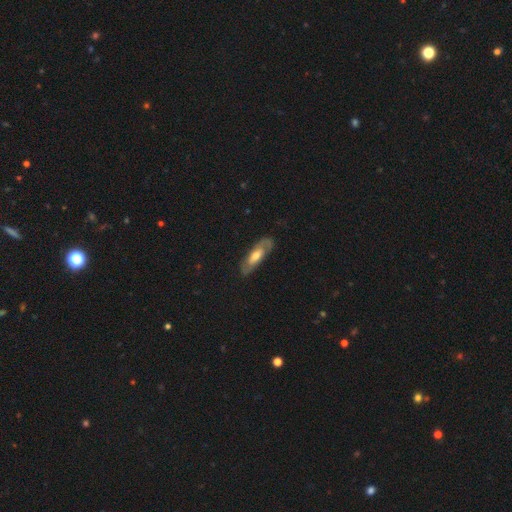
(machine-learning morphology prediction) smooth-or-featured: featured or disk: 54% | smooth: 40% | star or artifact: 6%
  disk-edge-on: no: 69% | yes: 31%
  merging: none: 77% | minor disturbance: 16% | major disturbance: 5% | merger: 1%